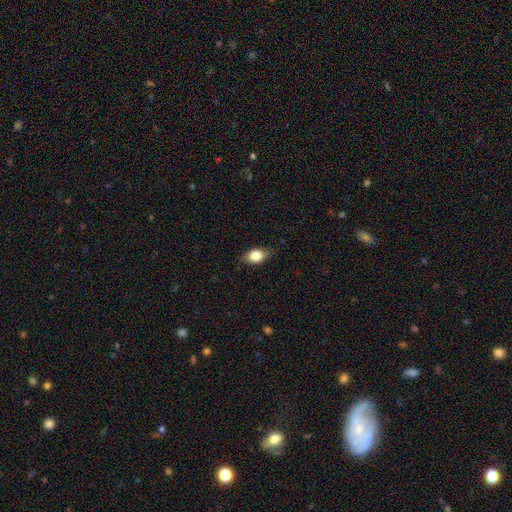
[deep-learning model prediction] Smooth or featured? Predicted: smooth (p=0.77). How rounded? Predicted: in between (p=0.79). Merging? Predicted: none (p=0.80).